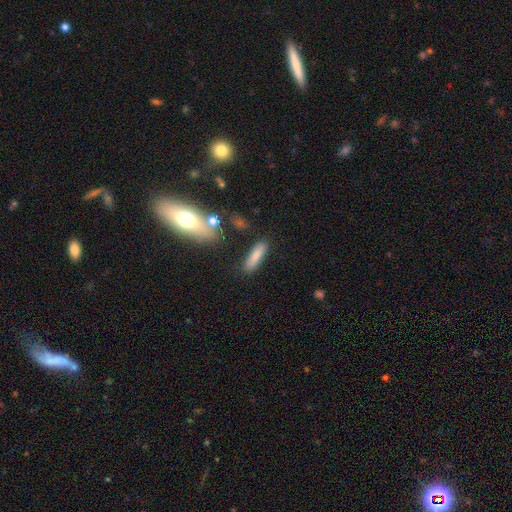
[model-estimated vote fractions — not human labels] Smooth or featured? smooth (81%)
How rounded? cigar-shaped (68%)
Merging? none (82%)